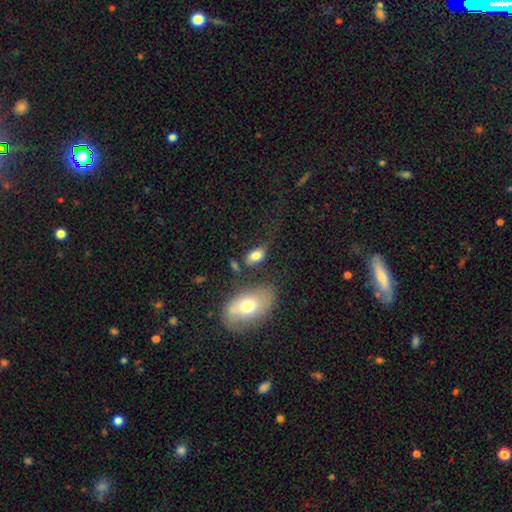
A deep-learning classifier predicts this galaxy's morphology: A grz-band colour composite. It shows a smooth galaxy with no disk features (79%) that is in between round and cigar-shaped (90%). Merging: none (54%).